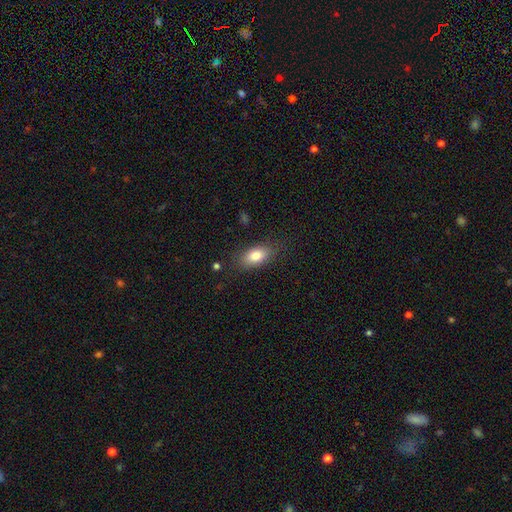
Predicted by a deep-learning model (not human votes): Smooth or featured: smooth — 82% (featured or disk — 11%)
How rounded: in between — 88% (round — 6%)
Merging: none — 81% (minor disturbance — 14%)